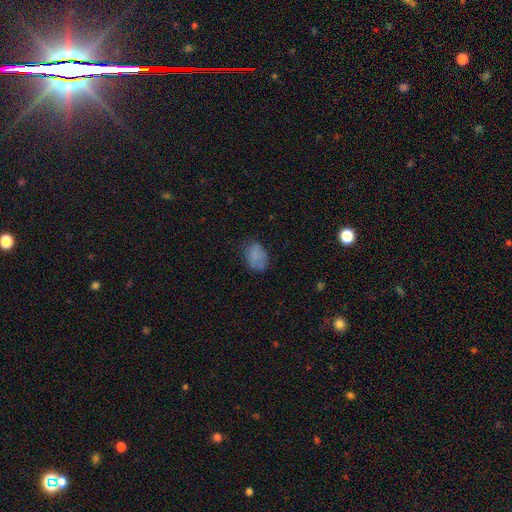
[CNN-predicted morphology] Overall: smooth (76%). How rounded: in between (79%). Merging: none (59%; minor disturbance 27%).